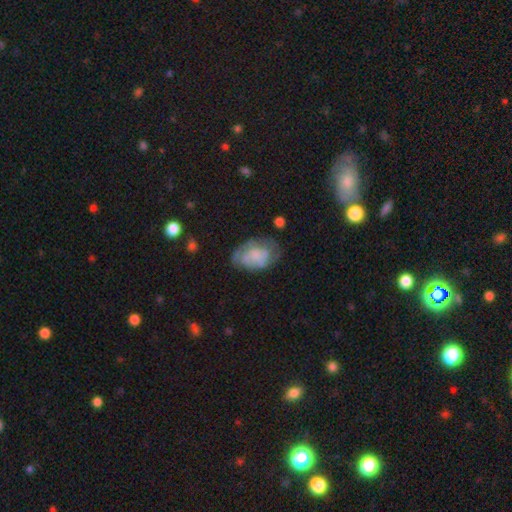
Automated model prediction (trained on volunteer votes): Smooth or featured?
  - featured or disk: 52% *
  - smooth: 40%
  - star or artifact: 7%
Edge-on disk?
  - no: 97% *
  - yes: 3%
Bar?
  - no: 81% *
  - weak: 16%
  - strong: 3%
Spiral arms?
  - yes: 54% *
  - no: 46%
Bulge size?
  - none: 41% *
  - small: 26%
  - moderate: 21%
  - large: 10%
  - dominant: 2%
Merging?
  - none: 54% *
  - minor disturbance: 27%
  - major disturbance: 15%
  - merger: 4%